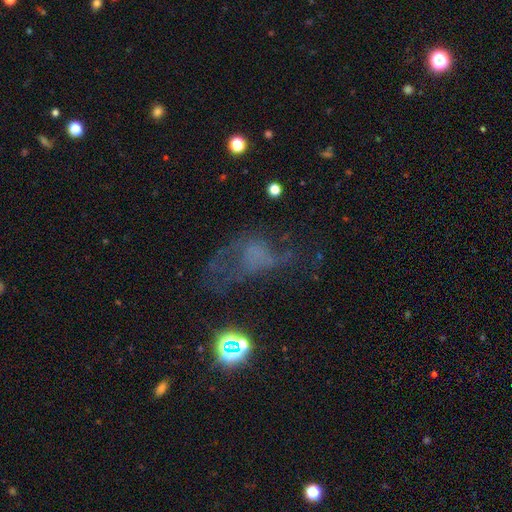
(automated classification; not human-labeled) smooth_or_featured: featured or disk (p=0.42) [alt: smooth p=0.31]
merging: major disturbance (p=0.46) [alt: none p=0.30]